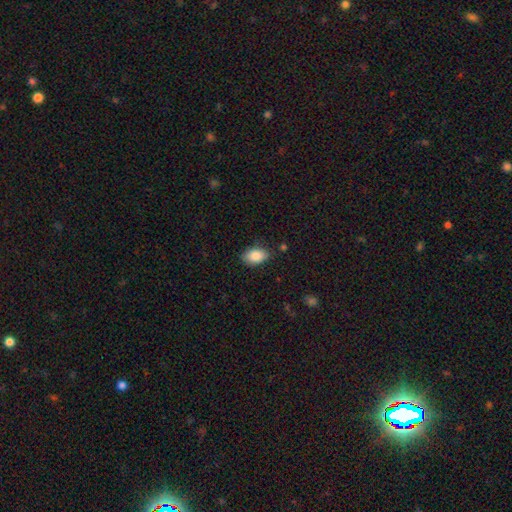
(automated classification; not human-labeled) A smooth galaxy with no disk features (87%) that is in between round and cigar-shaped (89%). Merging: none (80%).